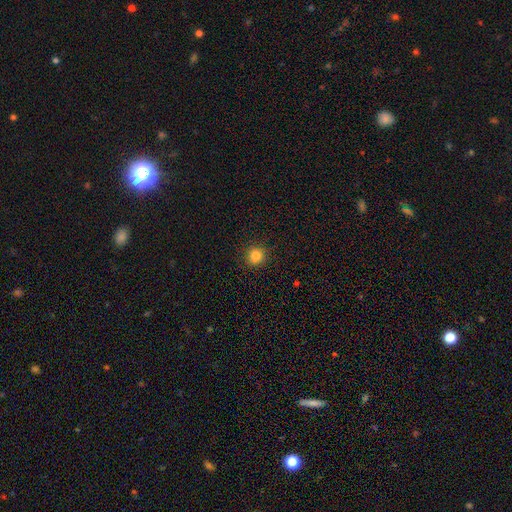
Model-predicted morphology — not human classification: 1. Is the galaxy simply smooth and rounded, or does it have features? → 83% smooth, 12% star or artifact, 5% featured or disk.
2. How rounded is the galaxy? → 91% round, 8% in between, 1% cigar-shaped.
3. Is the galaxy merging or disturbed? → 89% none, 8% minor disturbance, 2% major disturbance, 1% merger.